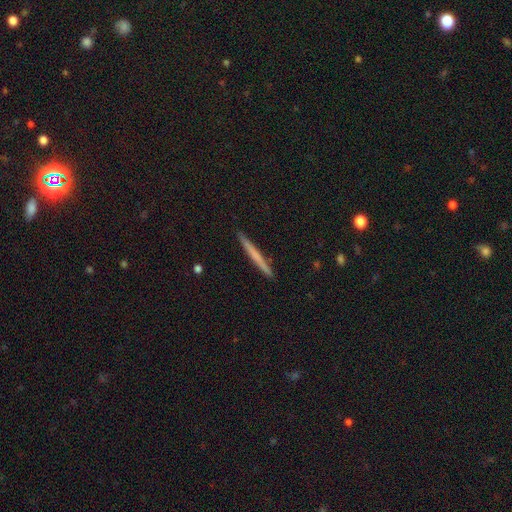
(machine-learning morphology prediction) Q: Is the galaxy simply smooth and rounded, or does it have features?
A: smooth — 52%.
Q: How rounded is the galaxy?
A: cigar-shaped — 97%.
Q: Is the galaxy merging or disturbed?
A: none — 92%.